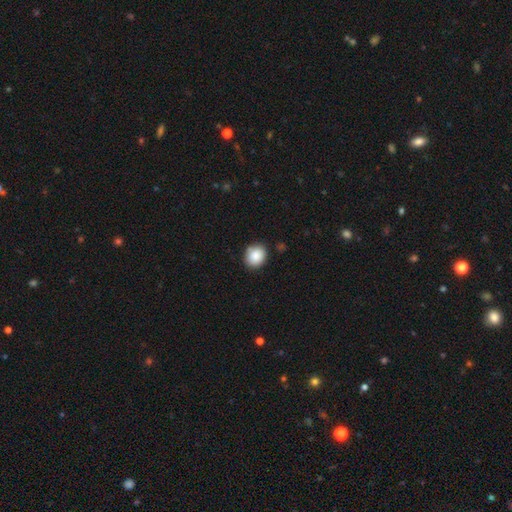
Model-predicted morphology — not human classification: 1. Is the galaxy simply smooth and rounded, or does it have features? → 88% smooth, 8% star or artifact, 4% featured or disk.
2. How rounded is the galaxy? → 67% round, 32% in between, 1% cigar-shaped.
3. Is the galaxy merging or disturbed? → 83% none, 12% minor disturbance, 2% major disturbance, 2% merger.